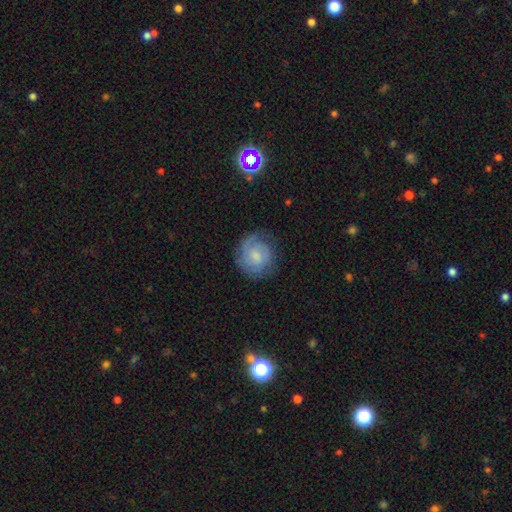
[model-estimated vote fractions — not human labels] Smooth or featured: featured or disk — 61% (smooth — 32%)
Edge-on disk: no — 98% (yes — 2%)
Bar: no — 60% (weak — 35%)
Spiral arms: yes — 90% (no — 10%)
Spiral winding: tight — 61% (medium — 30%)
Spiral arm count: 2 — 37% (can't tell — 32%)
Bulge size: small — 45% (moderate — 35%)
Merging: none — 71% (minor disturbance — 19%)